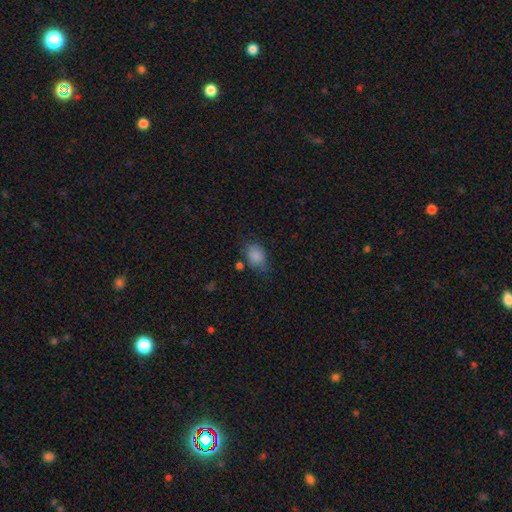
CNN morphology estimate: This is clearly a smooth galaxy (86%). How rounded: likely in between (75%). Merging: likely none (65%).